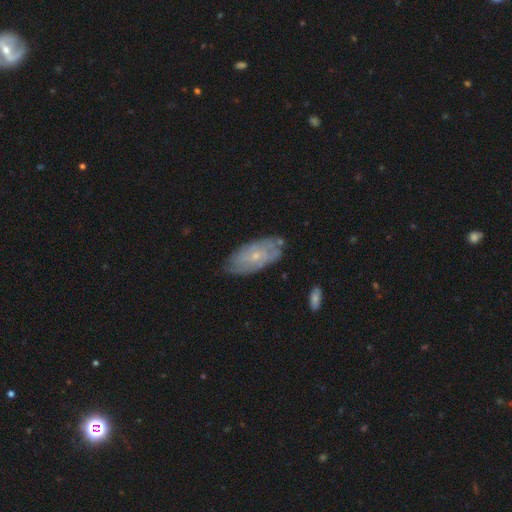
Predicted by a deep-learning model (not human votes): Overall: featured or disk (62%; smooth 31%). Edge-on disk: no (91%). Bar: no (80%). Spiral arms: yes (71%). Bulge size: small (76%). Merging: none (70%).